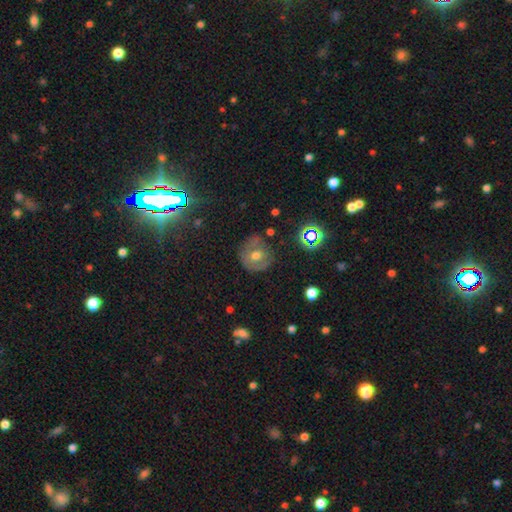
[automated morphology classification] This is possibly a smooth galaxy (48%). Merging: likely none (69%).